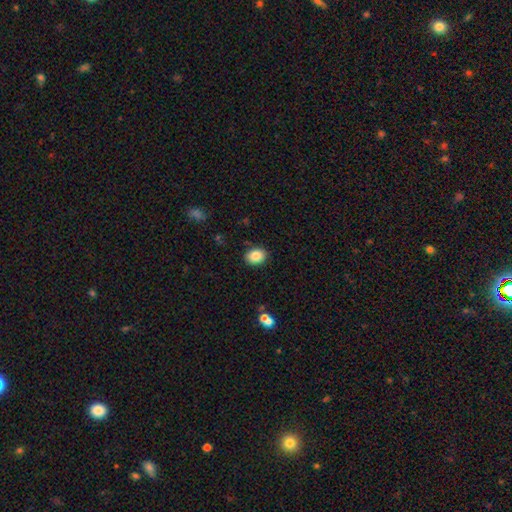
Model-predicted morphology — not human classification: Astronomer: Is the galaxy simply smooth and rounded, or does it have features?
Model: smooth — 86%.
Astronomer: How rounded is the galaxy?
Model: in between — 63%.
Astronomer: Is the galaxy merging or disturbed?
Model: none — 87%.